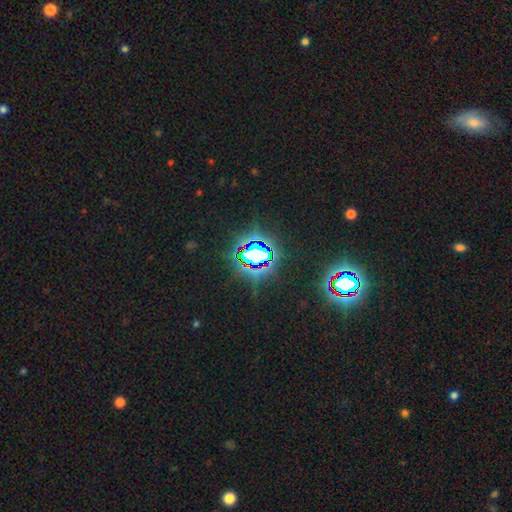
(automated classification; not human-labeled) Smooth or featured? star or artifact (80%)